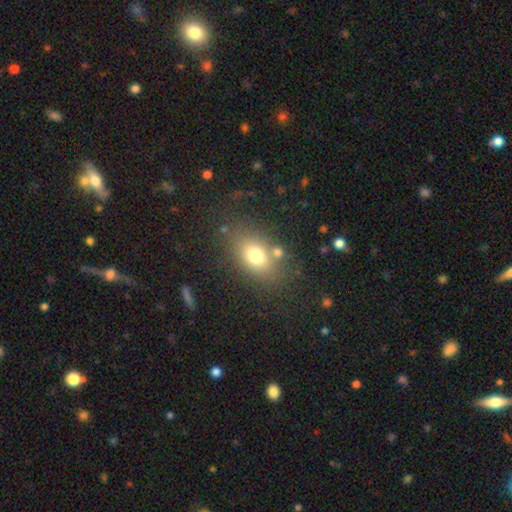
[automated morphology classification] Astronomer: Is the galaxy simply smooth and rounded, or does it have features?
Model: smooth — 72%.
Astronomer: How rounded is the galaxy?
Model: in between — 68%.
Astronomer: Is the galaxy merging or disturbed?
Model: none — 70%.